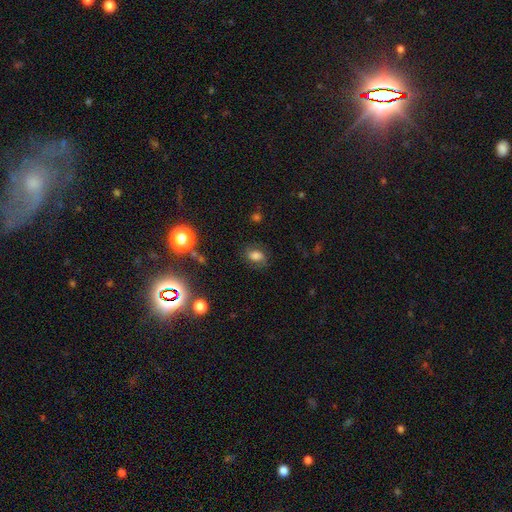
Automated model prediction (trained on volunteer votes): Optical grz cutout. It shows a smooth galaxy with no disk features (63%) that is in between round and cigar-shaped (74%). Merging: none (72%).